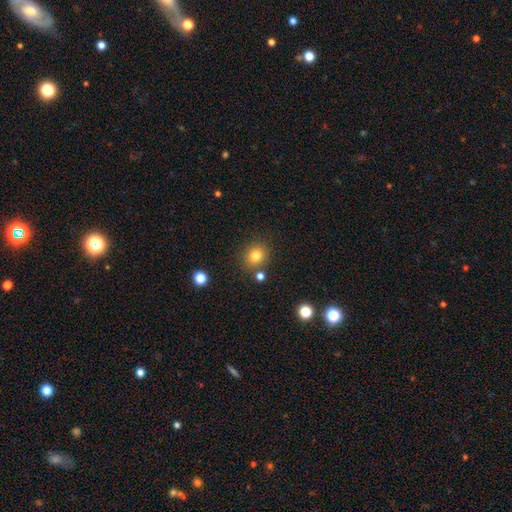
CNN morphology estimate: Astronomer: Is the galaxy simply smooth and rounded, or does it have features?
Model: smooth — 80%.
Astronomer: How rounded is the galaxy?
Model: round — 79%.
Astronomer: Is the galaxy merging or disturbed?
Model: none — 81%.